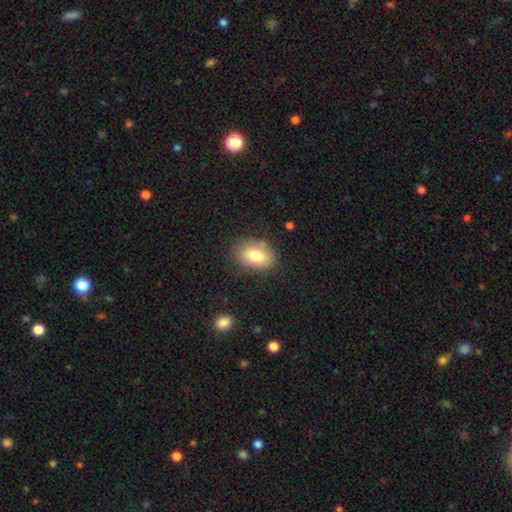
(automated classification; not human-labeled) smooth 79%, featured or disk 12%, star or artifact 8%. Down the decision tree: how rounded — in between (82%); merging — none (78%).